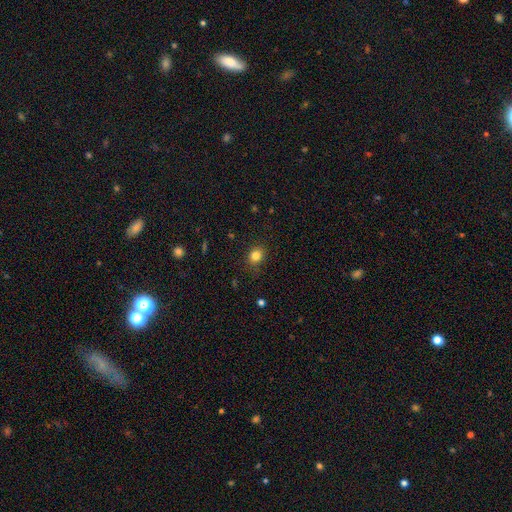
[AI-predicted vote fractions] Smooth or featured?
  - smooth: 83% *
  - star or artifact: 12%
  - featured or disk: 5%
How rounded?
  - round: 65% *
  - in between: 34%
  - cigar-shaped: 1%
Merging?
  - none: 83% *
  - minor disturbance: 12%
  - major disturbance: 3%
  - merger: 1%